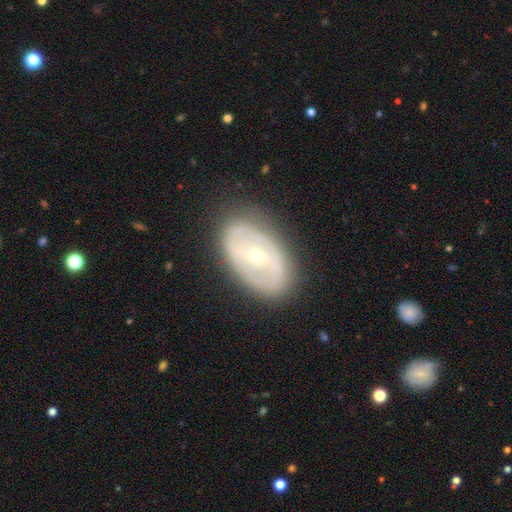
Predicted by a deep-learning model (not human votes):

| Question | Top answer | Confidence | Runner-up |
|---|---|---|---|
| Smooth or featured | featured or disk | 68% | smooth (25%) |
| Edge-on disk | no | 93% | yes (7%) |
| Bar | no | 49% | weak (33%) |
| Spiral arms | no | 50% | tied: yes (50%) |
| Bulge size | small | 65% | moderate (32%) |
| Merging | none | 79% | minor disturbance (15%) |